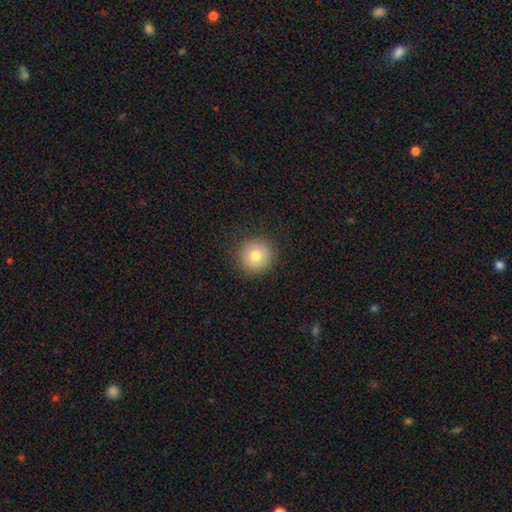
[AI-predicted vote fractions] Overall: smooth (77%). How rounded: round (95%). Merging: none (89%).